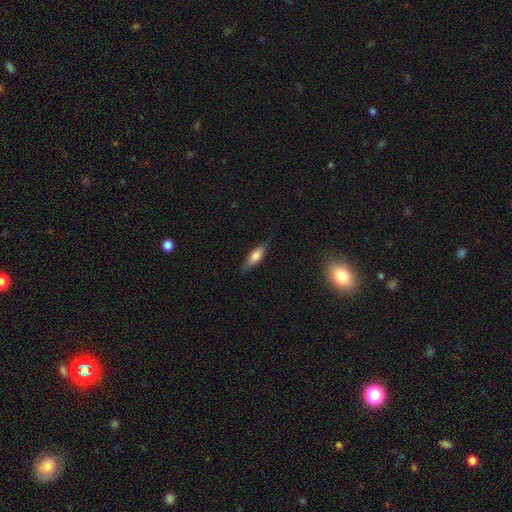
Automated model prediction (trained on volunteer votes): Smooth or featured? smooth (73%)
How rounded? in between (52%)
Merging? none (80%)